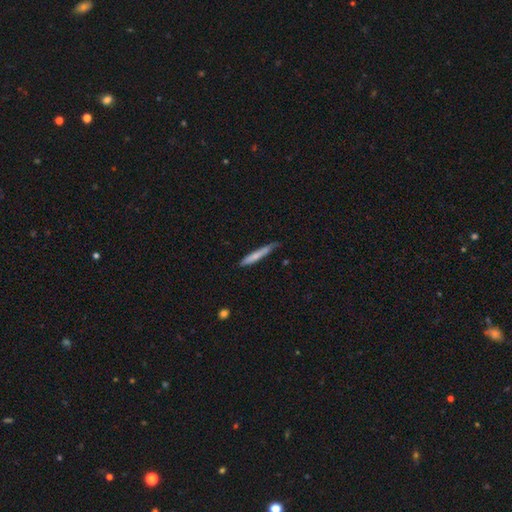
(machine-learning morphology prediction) type=smooth (70%); roundness=cigar-shaped (94%); merging=none (64%).